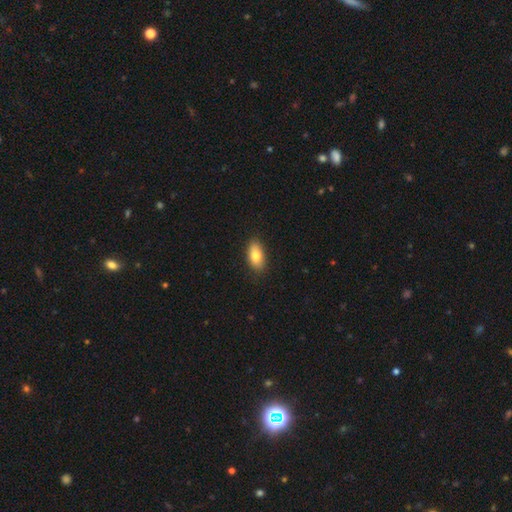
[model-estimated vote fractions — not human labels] Q: Smooth or featured?
A: smooth (80%); runner-up: featured or disk (13%)
Q: How rounded?
A: in between (90%); runner-up: round (5%)
Q: Merging?
A: none (87%); runner-up: minor disturbance (10%)